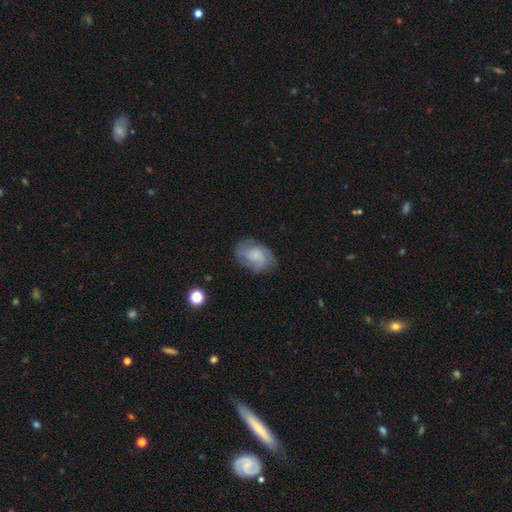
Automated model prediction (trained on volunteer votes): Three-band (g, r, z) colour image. It shows a featured or disk galaxy (48%). Merging: none (71%).